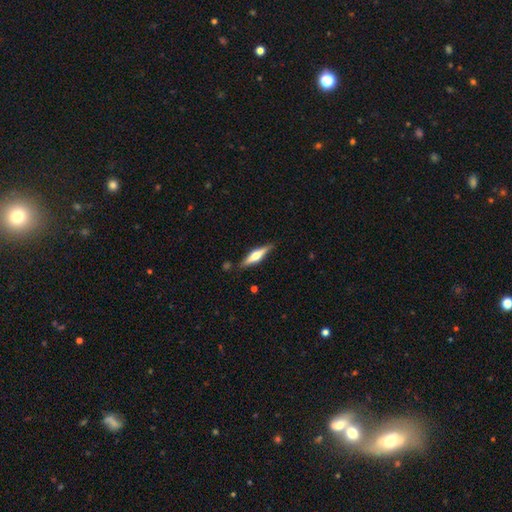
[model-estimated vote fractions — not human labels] This is possibly a featured or disk galaxy (59%). It is clearly viewed edge-on (96%). Edge-on bulge: clearly rounded (90%). Merging: clearly none (85%).